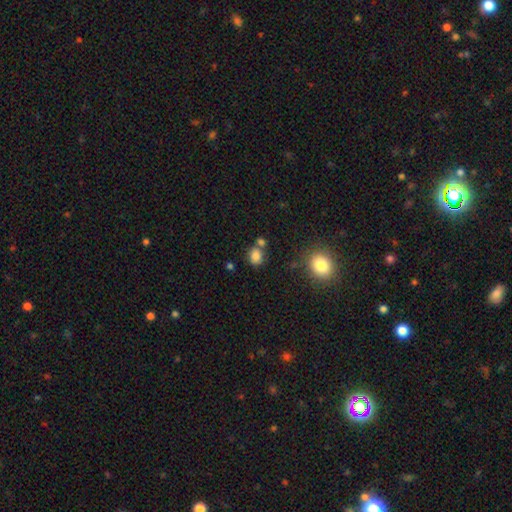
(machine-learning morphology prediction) smooth 82%, star or artifact 12%, featured or disk 6%. Down the decision tree: how rounded — round (52%); merging — none (61%).